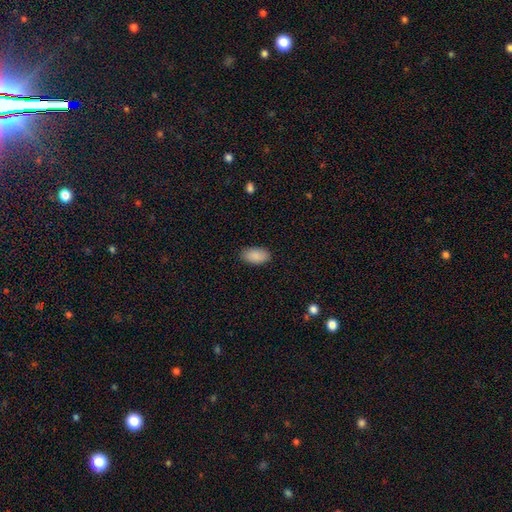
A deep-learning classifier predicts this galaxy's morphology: smooth-or-featured: smooth: 90% | star or artifact: 7% | featured or disk: 4%
  how-rounded: in between: 95% | round: 3% | cigar-shaped: 2%
  merging: none: 86% | minor disturbance: 11% | major disturbance: 2% | merger: 1%